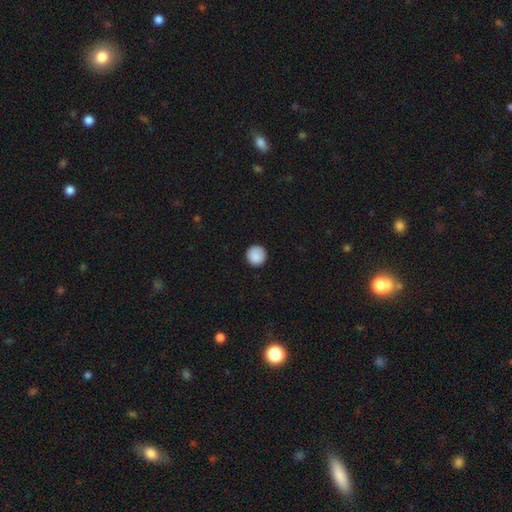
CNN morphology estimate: Smooth or featured? Predicted: smooth (p=0.89). How rounded? Predicted: round (p=0.96). Merging? Predicted: none (p=0.91).